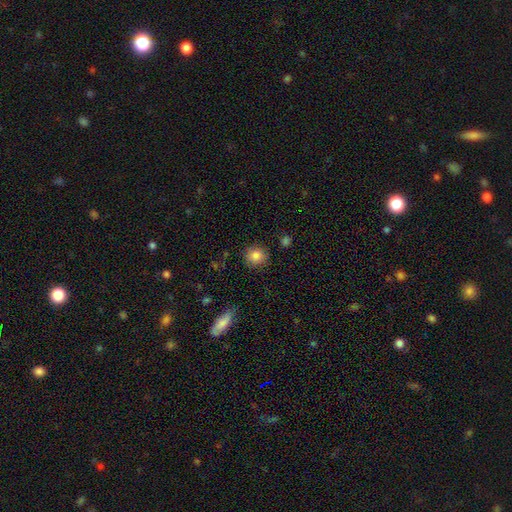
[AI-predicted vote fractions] Smooth or featured?
  - smooth: 84% *
  - star or artifact: 10%
  - featured or disk: 6%
How rounded?
  - round: 86% *
  - in between: 13%
  - cigar-shaped: 1%
Merging?
  - none: 86% *
  - minor disturbance: 9%
  - major disturbance: 3%
  - merger: 2%